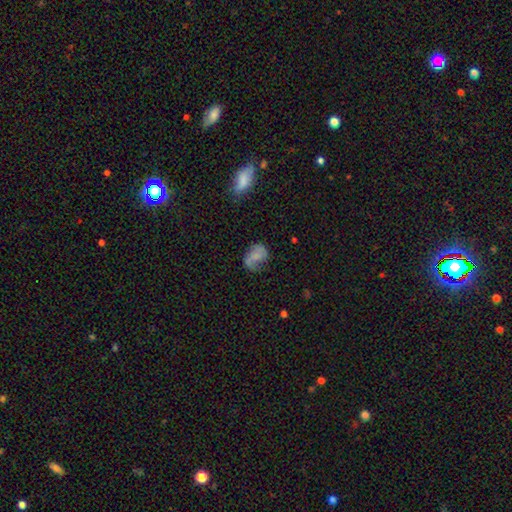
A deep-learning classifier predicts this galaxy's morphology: Smooth or featured: smooth — 55% (featured or disk — 34%)
How rounded: in between — 75% (round — 23%)
Merging: none — 39% (minor disturbance — 29%)